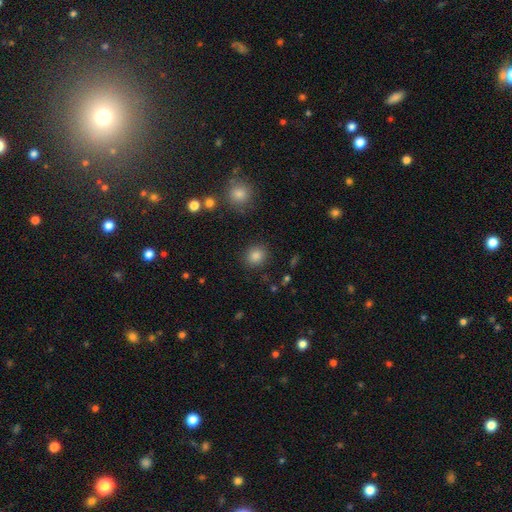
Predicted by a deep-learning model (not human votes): The model was most divided on "how rounded": round: 82%, in between: 17%, cigar-shaped: 1%. More confident: merging — none (88%); smooth or featured — smooth (84%).